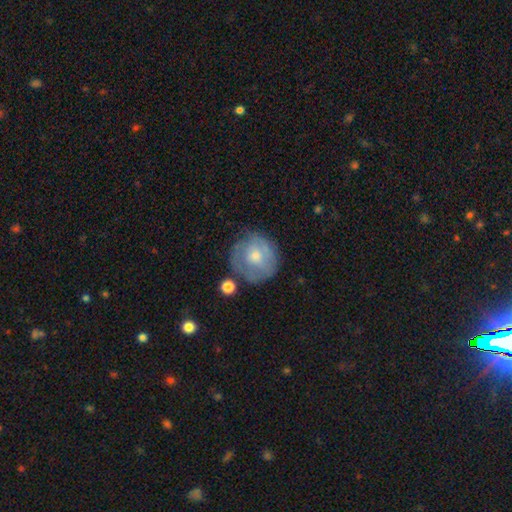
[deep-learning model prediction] Smooth or featured?
  - smooth: 47% *
  - featured or disk: 45%
  - star or artifact: 8%
Merging?
  - none: 67% *
  - minor disturbance: 21%
  - major disturbance: 8%
  - merger: 4%